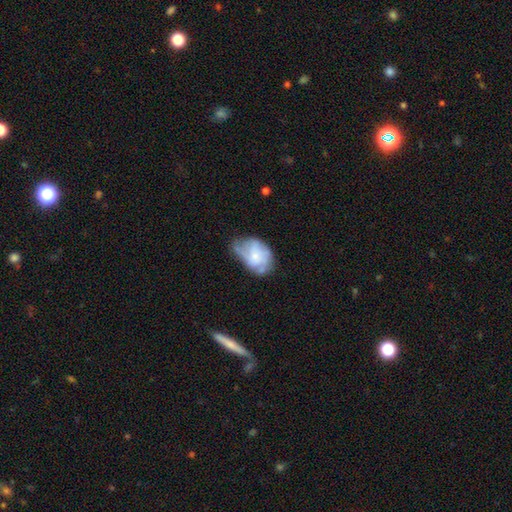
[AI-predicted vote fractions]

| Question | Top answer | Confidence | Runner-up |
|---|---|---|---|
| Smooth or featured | featured or disk | 57% | smooth (36%) |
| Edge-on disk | no | 97% | yes (3%) |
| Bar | no | 78% | weak (19%) |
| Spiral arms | yes | 73% | no (27%) |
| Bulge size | small | 61% | moderate (24%) |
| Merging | none | 41% | minor disturbance (35%) |